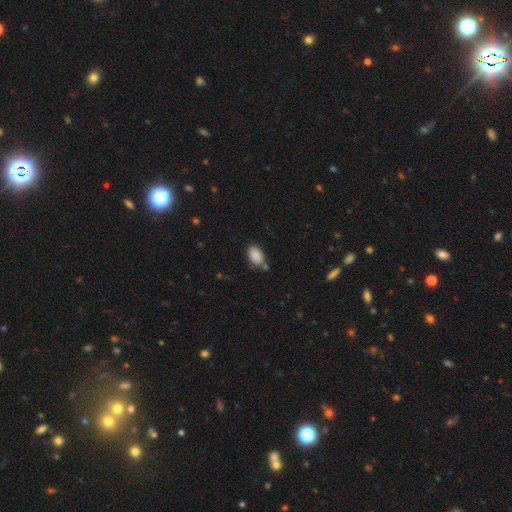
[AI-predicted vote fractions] Morphology: type=smooth (88%); roundness=in between (91%); merging=none (69%).